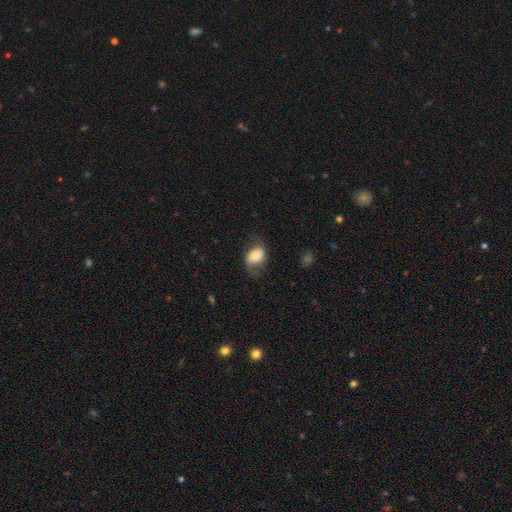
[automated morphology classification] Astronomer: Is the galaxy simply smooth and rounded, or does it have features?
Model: smooth — 68%.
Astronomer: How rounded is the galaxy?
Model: in between — 73%.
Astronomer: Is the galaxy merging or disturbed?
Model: none — 51% (runner-up: minor disturbance, 29%).